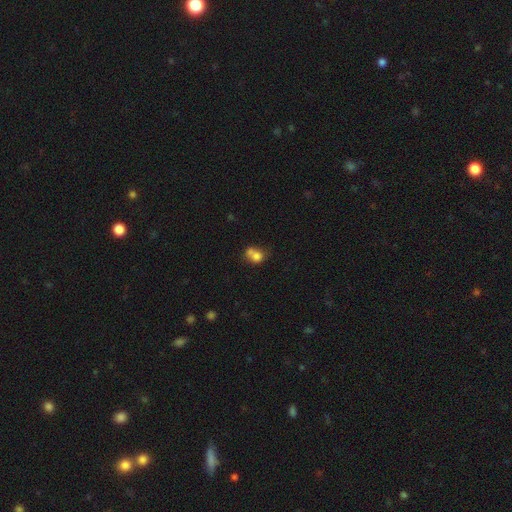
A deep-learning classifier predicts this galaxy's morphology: A smooth galaxy with no disk features (73%) that is round (62%).

Vote fractions:
- Smooth or featured? smooth: 73% / featured or disk: 16% / star or artifact: 11%
- How rounded? round: 62% / in between: 37% / cigar-shaped: 1%
- Merging? merger: 53% / none: 29% / minor disturbance: 12% / major disturbance: 6%